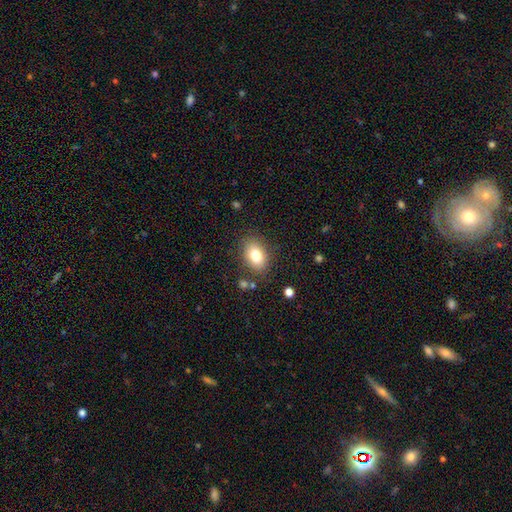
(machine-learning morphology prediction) This appears to be a smooth galaxy with no disk features (79%) that is in between round and cigar-shaped (76%). Merging: none (83%).